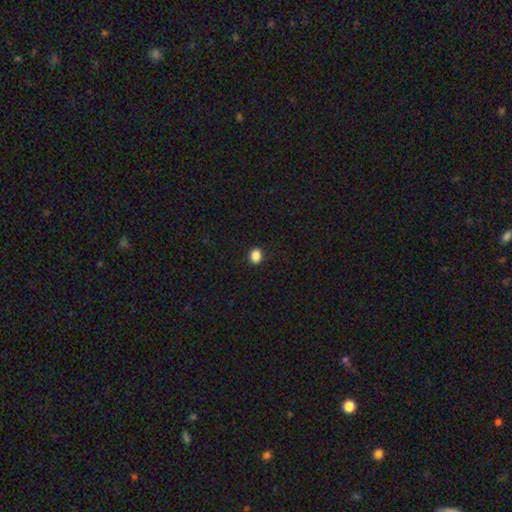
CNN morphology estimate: Smooth or featured? Predicted: smooth (p=0.87). How rounded? Predicted: round (p=0.60). Merging? Predicted: none (p=0.91).